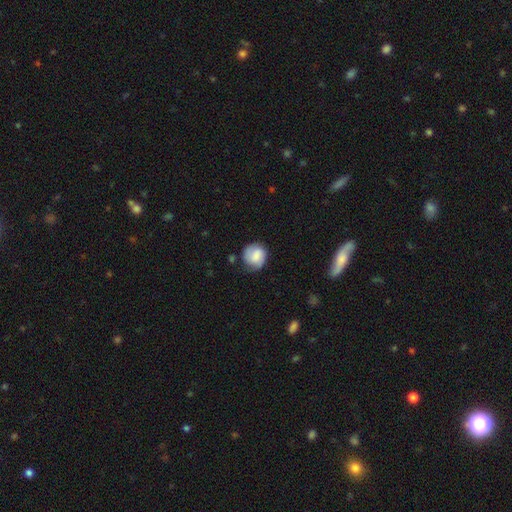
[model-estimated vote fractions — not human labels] smooth-or-featured: smooth: 73% | featured or disk: 20% | star or artifact: 7%
  how-rounded: round: 85% | in between: 14% | cigar-shaped: 1%
  merging: none: 67% | minor disturbance: 24% | major disturbance: 6% | merger: 2%